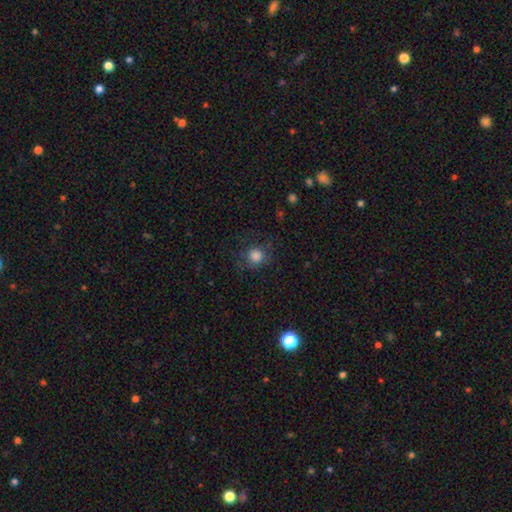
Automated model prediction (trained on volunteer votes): smooth_or_featured: smooth (p=0.81) [alt: star or artifact p=0.11]
how_rounded: round (p=0.89) [alt: in between p=0.10]
merging: none (p=0.74) [alt: minor disturbance p=0.15]